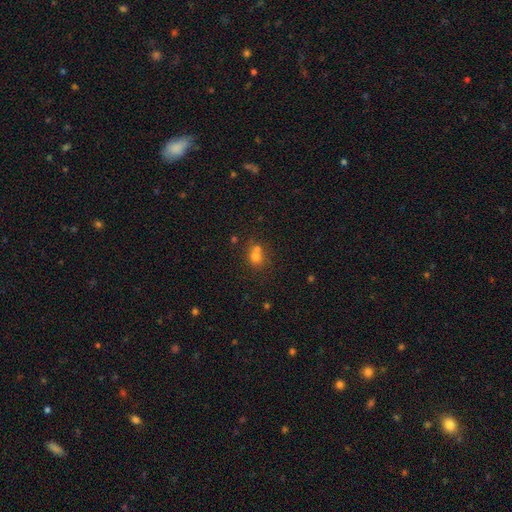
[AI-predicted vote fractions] Smooth or featured: smooth — 69% (star or artifact — 18%)
How rounded: round — 76% (in between — 23%)
Merging: merger — 44% (none — 43%)